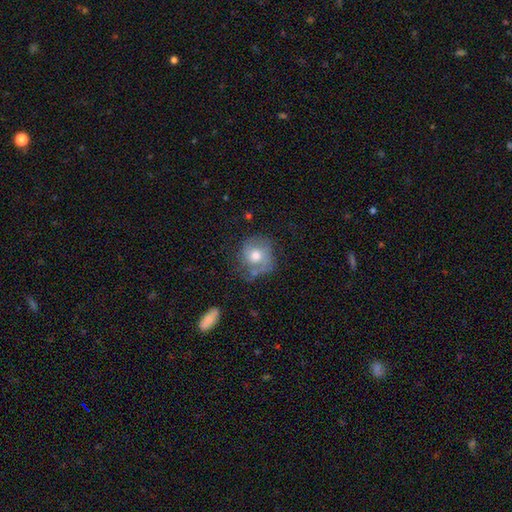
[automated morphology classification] Q: Smooth or featured?
A: smooth (48%); runner-up: featured or disk (44%)
Q: Merging?
A: none (50%); runner-up: minor disturbance (28%)